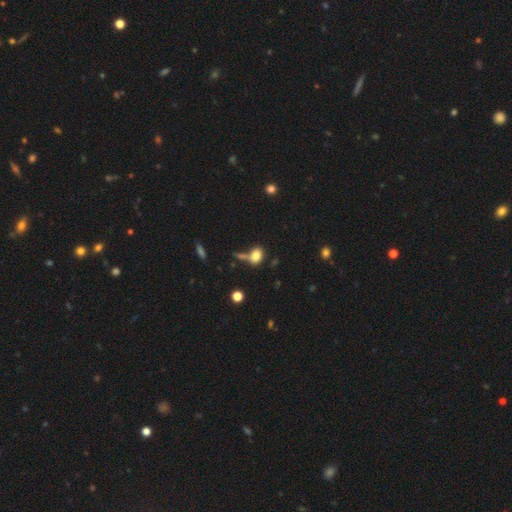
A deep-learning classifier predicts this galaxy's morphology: smooth_or_featured: smooth (p=0.81) [alt: star or artifact p=0.11]
how_rounded: in between (p=0.68) [alt: round p=0.30]
merging: none (p=0.51) [alt: merger p=0.26]